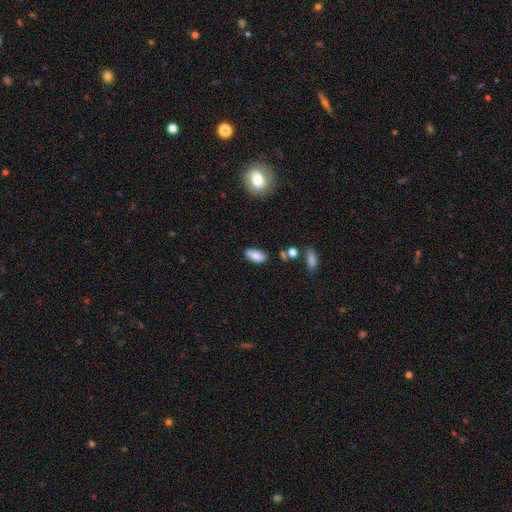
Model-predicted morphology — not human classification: Smooth or featured? smooth (81%)
How rounded? in between (88%)
Merging? none (75%)